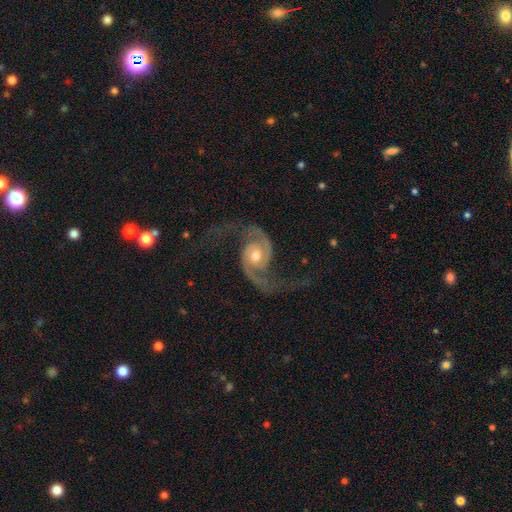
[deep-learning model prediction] Smooth or featured?
  - featured or disk: 93% *
  - star or artifact: 4%
  - smooth: 3%
Edge-on disk?
  - no: 98% *
  - yes: 2%
Bar?
  - no: 64% *
  - weak: 26%
  - strong: 9%
Spiral arms?
  - yes: 98% *
  - no: 2%
Spiral winding?
  - loose: 59% *
  - medium: 33%
  - tight: 8%
Spiral arm count?
  - 2: 95% *
  - can't tell: 1%
  - 1: 1%
  - 3: 1%
  - 4: 1%
  - more than 4: 1%
Bulge size?
  - moderate: 75% *
  - small: 15%
  - large: 7%
  - dominant: 1%
  - none: 1%
Merging?
  - none: 73% *
  - minor disturbance: 13%
  - major disturbance: 12%
  - merger: 2%